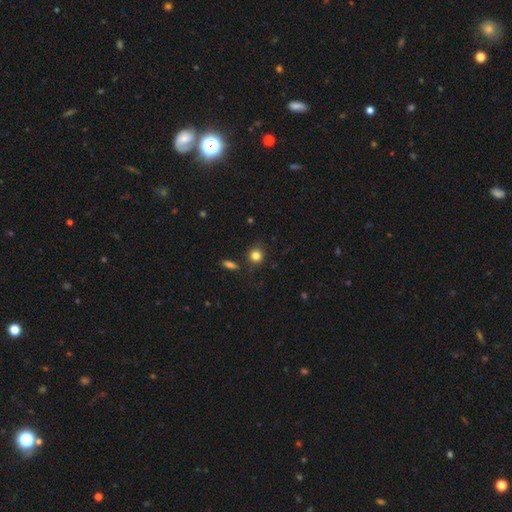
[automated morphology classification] Smooth or featured? Predicted: smooth (p=0.82). How rounded? Predicted: round (p=0.83). Merging? Predicted: none (p=0.79).